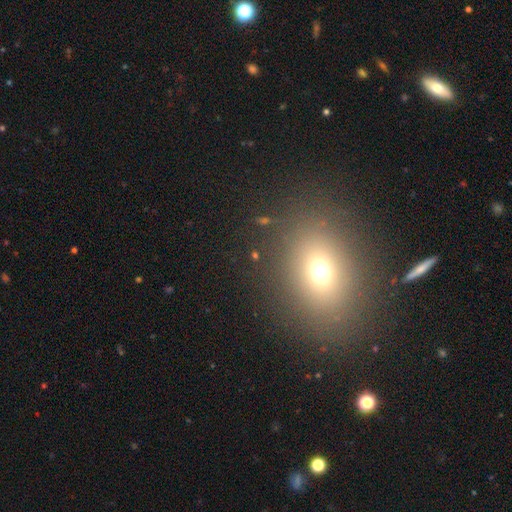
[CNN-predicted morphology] smooth_or_featured: smooth (p=0.58) [alt: star or artifact p=0.29]
how_rounded: in between (p=0.50) [alt: round p=0.47]
merging: none (p=0.82) [alt: minor disturbance p=0.09]